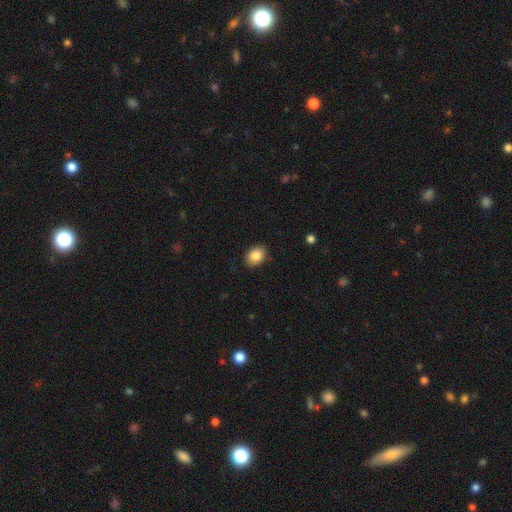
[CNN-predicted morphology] Overall: smooth (86%). How rounded: in between (68%; round 31%). Merging: none (87%).